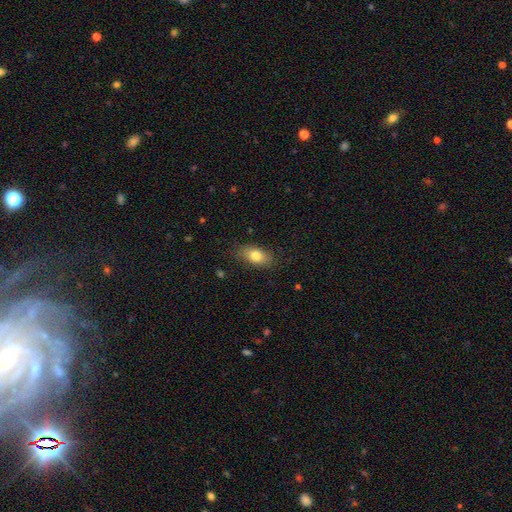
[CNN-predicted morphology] This appears to be a smooth galaxy with no disk features (79%) that is in between round and cigar-shaped (87%). Merging: none (83%).